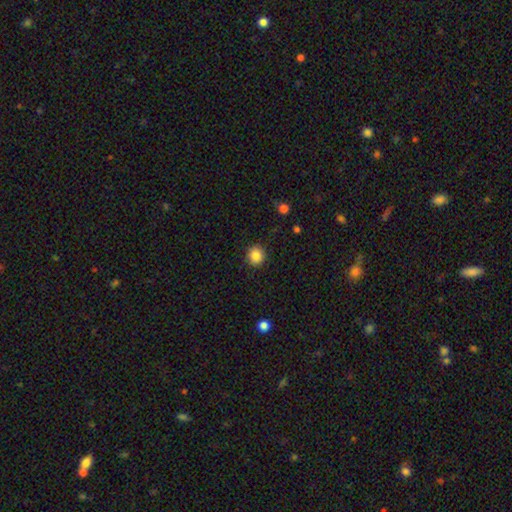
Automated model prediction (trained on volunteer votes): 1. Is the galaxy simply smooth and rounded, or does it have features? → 87% smooth, 10% star or artifact, 4% featured or disk.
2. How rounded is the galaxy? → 90% round, 9% in between, 1% cigar-shaped.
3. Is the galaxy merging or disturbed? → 90% none, 7% minor disturbance, 2% major disturbance, 1% merger.